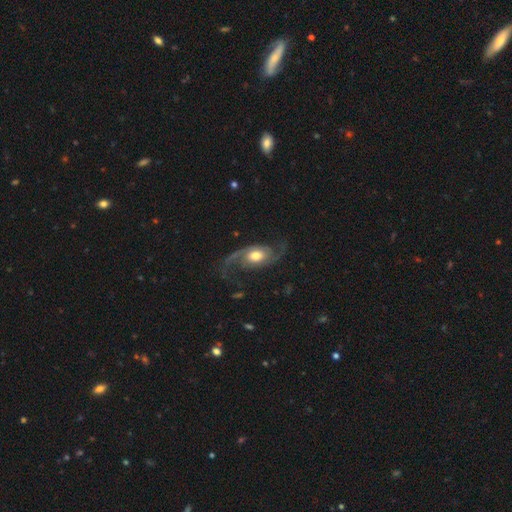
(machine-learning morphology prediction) The model was most divided on "spiral winding": loose: 55%, medium: 37%, tight: 9%. More confident: spiral arms — yes (97%); edge-on disk — no (96%); spiral arm count — 2 (93%); smooth or featured — featured or disk (88%); merging — none (70%); bar — no (62%); bulge size — moderate (62%).